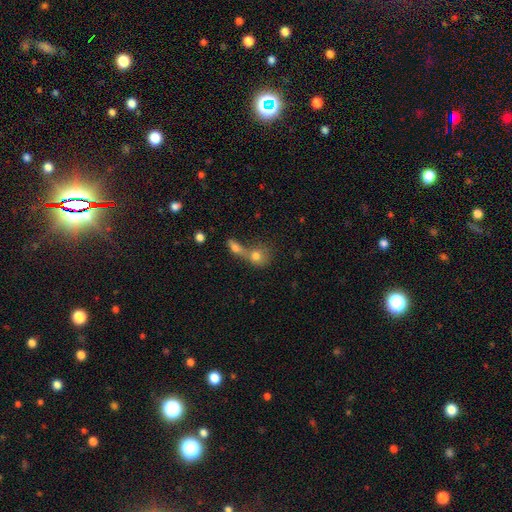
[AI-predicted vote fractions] A smooth galaxy with no disk features (72%) that is round (65%). Merging: merger (67%).